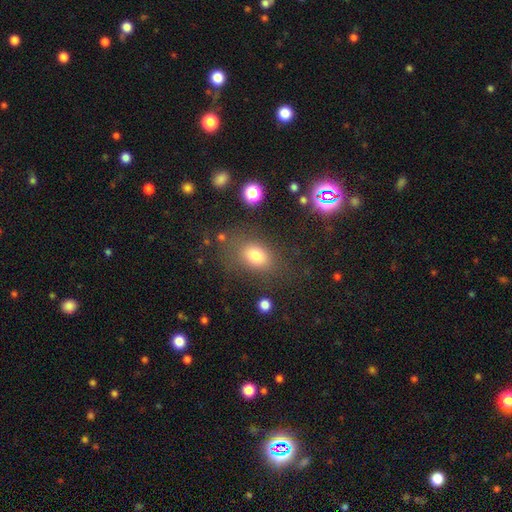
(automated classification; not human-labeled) This appears to be a smooth galaxy with no disk features (77%) that is in between round and cigar-shaped (74%). Merging: none (71%).